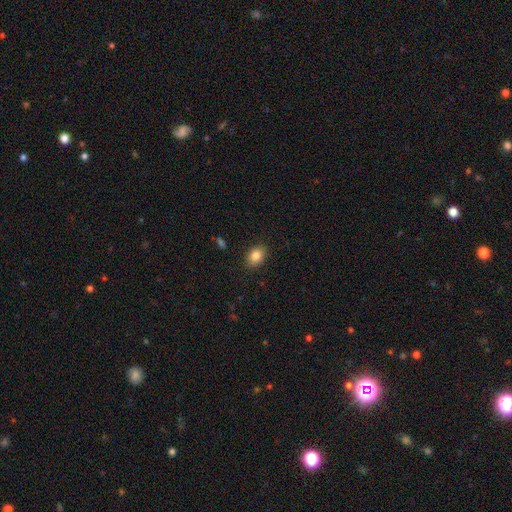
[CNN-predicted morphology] Overall: smooth (84%). How rounded: in between (69%; round 30%). Merging: none (87%).